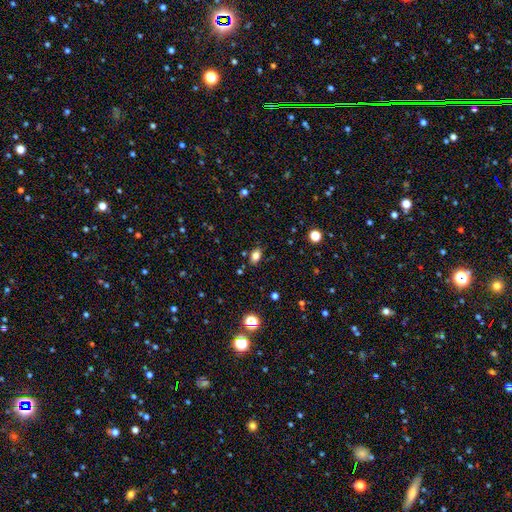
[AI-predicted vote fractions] This appears to be a smooth galaxy with no disk features (79%) that is in between round and cigar-shaped (84%). Merging: none (84%).